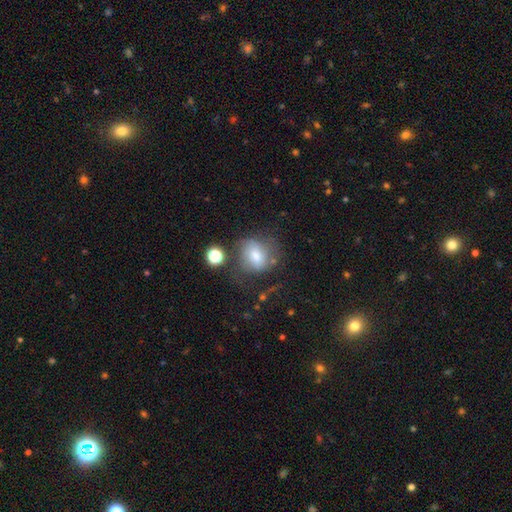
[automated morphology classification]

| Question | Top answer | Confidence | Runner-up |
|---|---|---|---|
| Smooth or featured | smooth | 63% | featured or disk (26%) |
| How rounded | round | 62% | in between (36%) |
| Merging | none | 47% | minor disturbance (24%) |